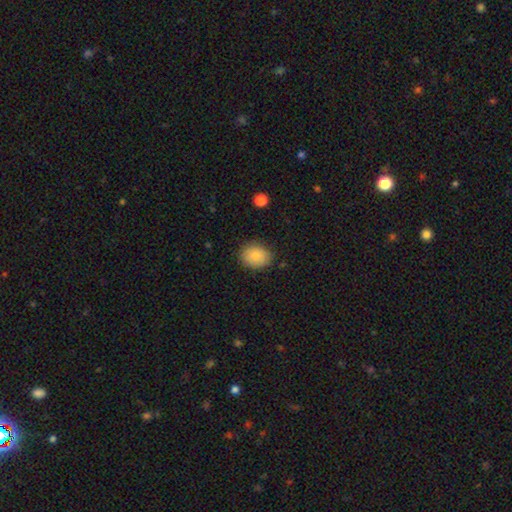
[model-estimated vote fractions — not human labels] Overall: smooth (85%). How rounded: round (51%; in between 48%). Merging: none (84%).